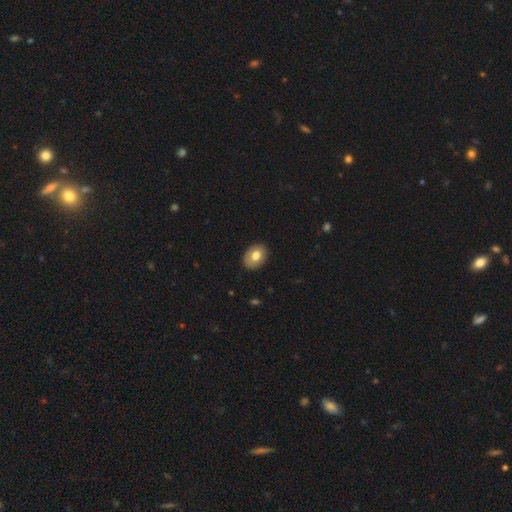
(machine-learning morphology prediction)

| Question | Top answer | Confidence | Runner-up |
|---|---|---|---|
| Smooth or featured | smooth | 75% | featured or disk (17%) |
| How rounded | in between | 66% | round (34%) |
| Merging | none | 87% | minor disturbance (10%) |